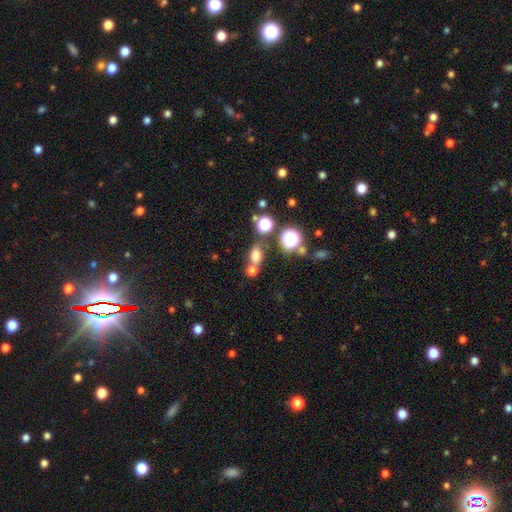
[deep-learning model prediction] smooth-or-featured: smooth: 70% | star or artifact: 20% | featured or disk: 10%
  how-rounded: in between: 61% | round: 36% | cigar-shaped: 3%
  merging: none: 56% | merger: 26% | minor disturbance: 12% | major disturbance: 6%